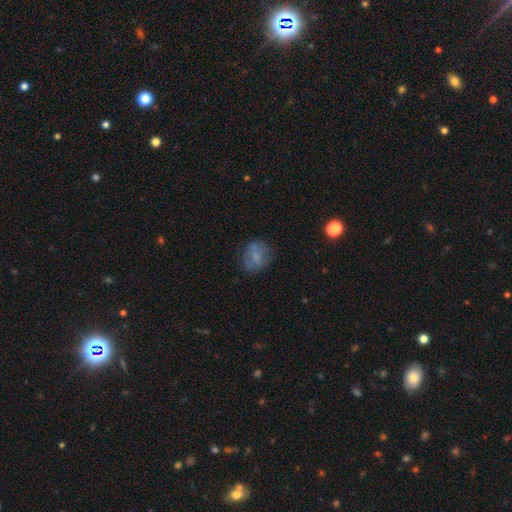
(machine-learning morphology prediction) Q: Smooth or featured?
A: smooth (65%); runner-up: featured or disk (25%)
Q: How rounded?
A: round (54%); runner-up: in between (45%)
Q: Merging?
A: none (65%); runner-up: minor disturbance (22%)